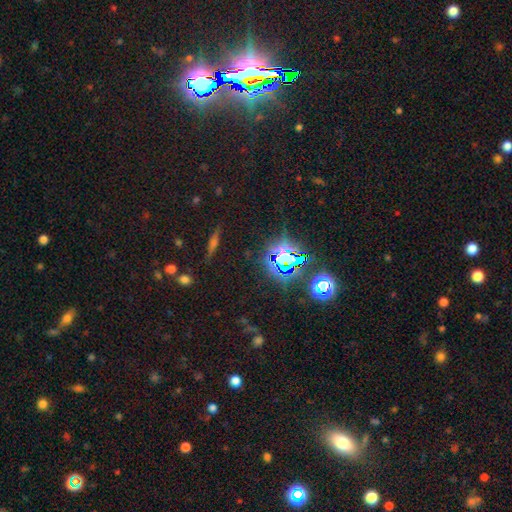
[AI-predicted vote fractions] This appears to be a star or artifact, not a galaxy (71%).